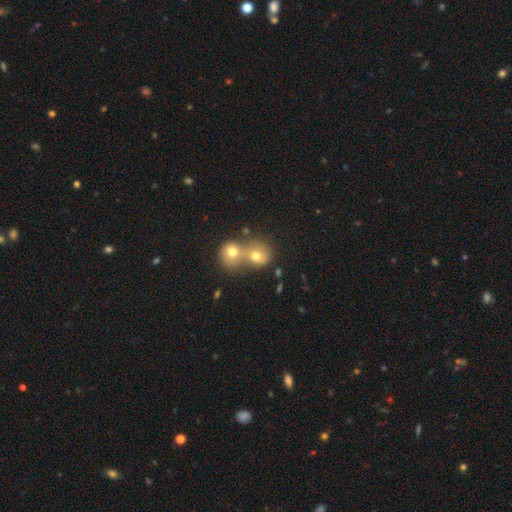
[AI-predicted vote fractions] Q: Smooth or featured?
A: smooth (67%); runner-up: featured or disk (18%)
Q: How rounded?
A: round (75%); runner-up: in between (24%)
Q: Merging?
A: merger (67%); runner-up: none (25%)